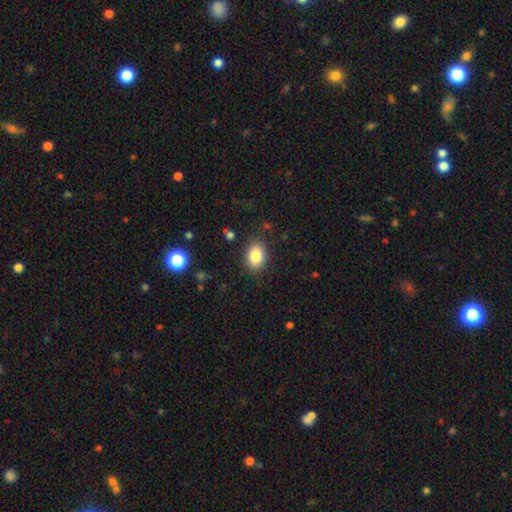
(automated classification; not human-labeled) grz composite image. It shows a smooth galaxy with no disk features (85%) that is in between round and cigar-shaped (76%). Merging: none (85%).